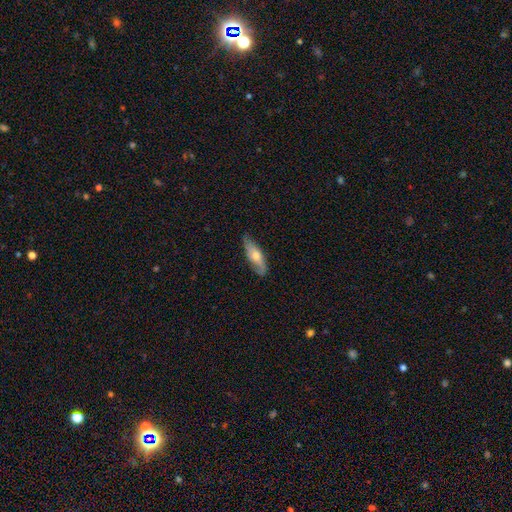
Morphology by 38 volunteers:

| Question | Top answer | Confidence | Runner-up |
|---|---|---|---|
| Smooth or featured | smooth | 58% | featured or disk (39%) |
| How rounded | cigar-shaped | 55% | in between (45%) |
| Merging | none | 81% | minor disturbance (16%) |